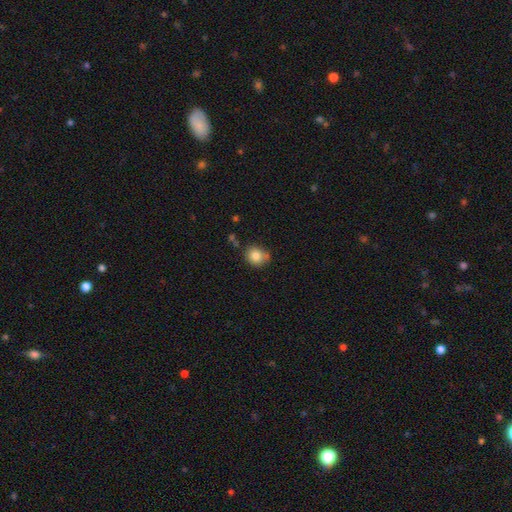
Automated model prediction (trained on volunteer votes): Smooth or featured: smooth — 82% (star or artifact — 10%)
How rounded: round — 78% (in between — 21%)
Merging: none — 71% (minor disturbance — 16%)